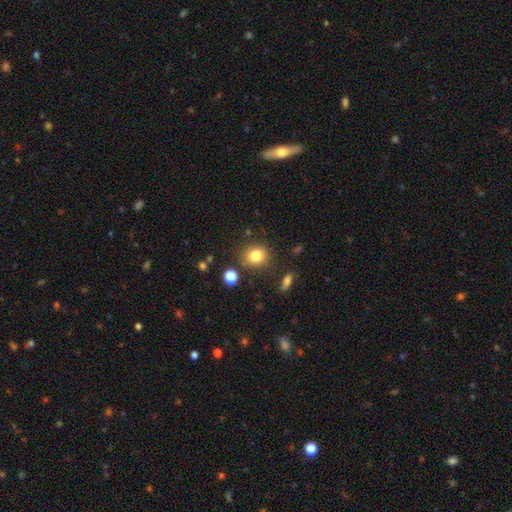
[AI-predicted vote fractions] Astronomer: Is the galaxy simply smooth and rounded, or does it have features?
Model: smooth — 81%.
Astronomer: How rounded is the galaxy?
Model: round — 75%.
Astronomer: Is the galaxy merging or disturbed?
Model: none — 81%.